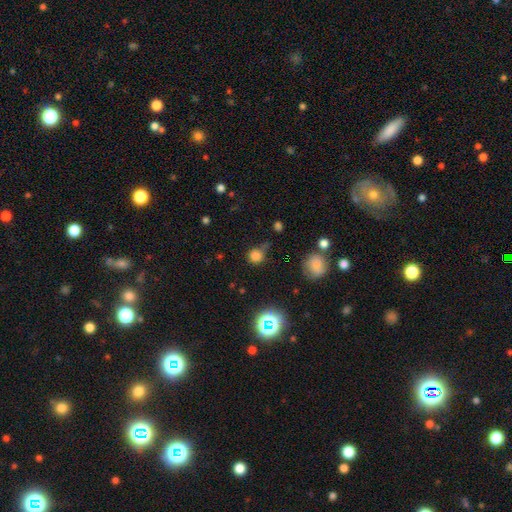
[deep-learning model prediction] Q: Smooth or featured?
A: smooth (75%); runner-up: star or artifact (19%)
Q: How rounded?
A: round (88%); runner-up: in between (11%)
Q: Merging?
A: none (60%); runner-up: minor disturbance (22%)